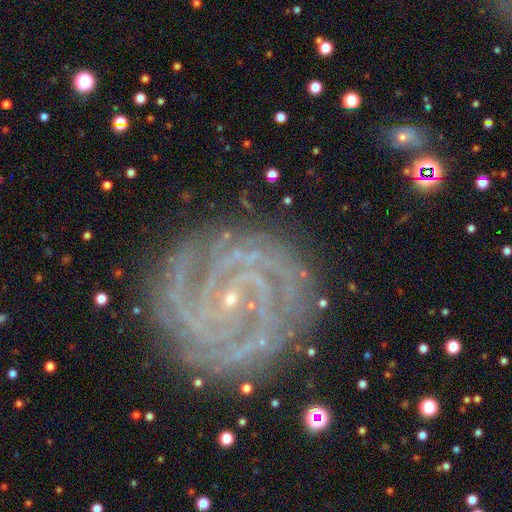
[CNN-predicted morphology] featured or disk 90%, star or artifact 6%, smooth 3%. Down the decision tree: edge-on disk — no (97%); bar — no (53%); spiral arms — yes (99%); spiral arm count — 2 (24%); spiral winding — tight (84%); bulge size — small (88%); merging — none (83%).